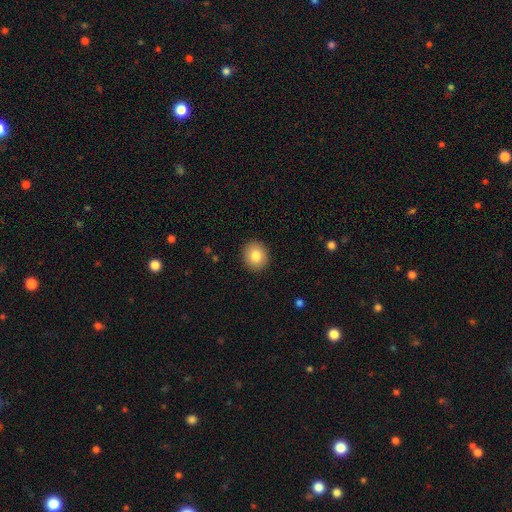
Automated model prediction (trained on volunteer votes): The model was most divided on "how rounded": round: 82%, in between: 17%, cigar-shaped: 1%. More confident: merging — none (91%); smooth or featured — smooth (83%).